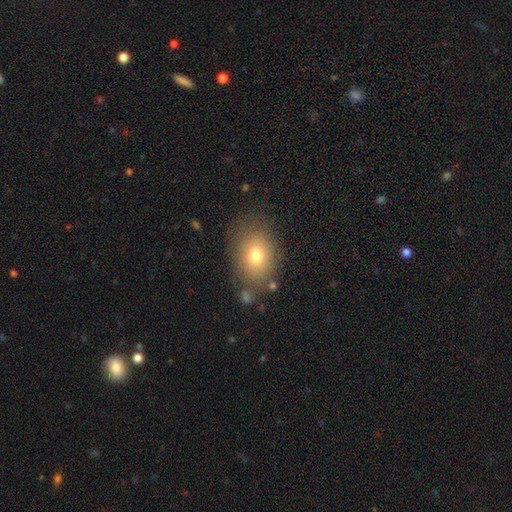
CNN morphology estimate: The model was most divided on "how rounded": in between: 66%, round: 33%, cigar-shaped: 1%. More confident: merging — none (77%); smooth or featured — smooth (75%).